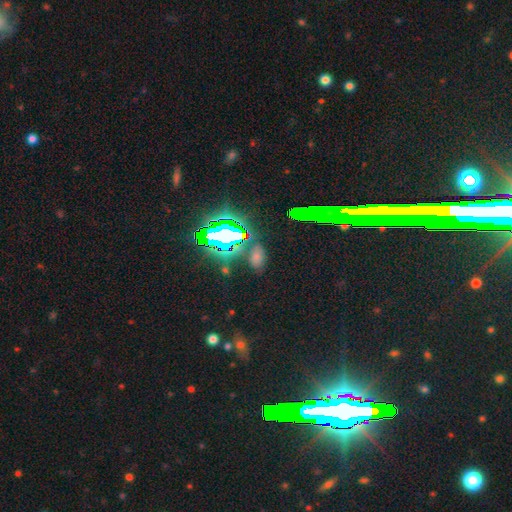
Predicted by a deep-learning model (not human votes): smooth_or_featured: smooth (p=0.46) [alt: star or artifact p=0.43]
merging: none (p=0.77) [alt: minor disturbance p=0.13]